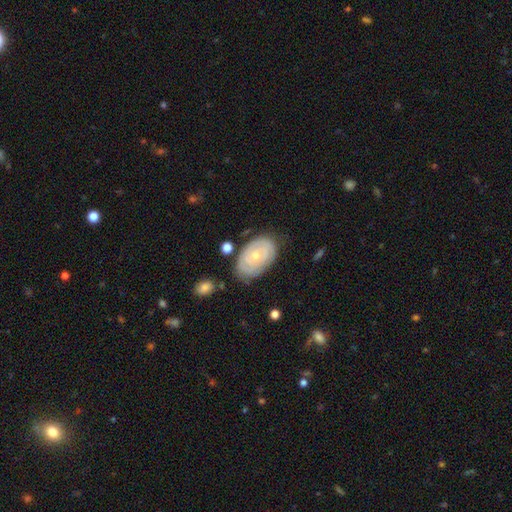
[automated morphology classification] Q: Smooth or featured?
A: featured or disk (69%); runner-up: smooth (25%)
Q: Edge-on disk?
A: no (95%); runner-up: yes (5%)
Q: Bar?
A: no (81%); runner-up: weak (15%)
Q: Spiral arms?
A: yes (69%); runner-up: no (31%)
Q: Bulge size?
A: small (56%); runner-up: moderate (41%)
Q: Merging?
A: none (74%); runner-up: minor disturbance (18%)